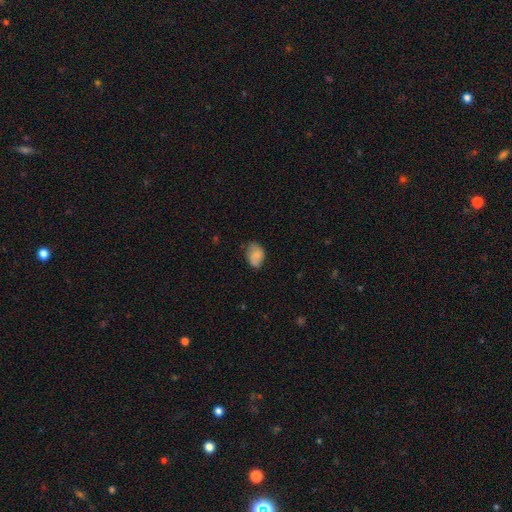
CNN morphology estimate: smooth 69%, featured or disk 22%, star or artifact 8%. Down the decision tree: how rounded — in between (80%); merging — none (59%).